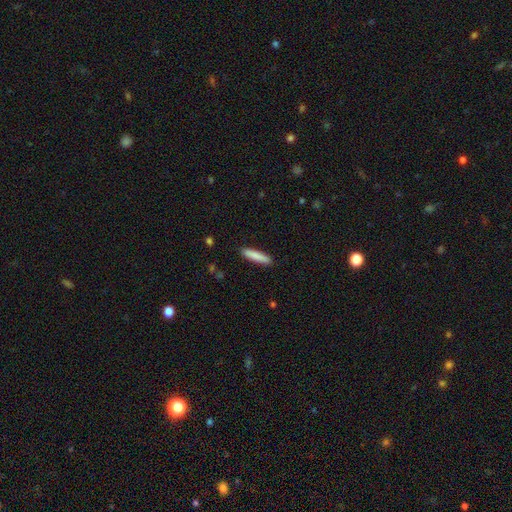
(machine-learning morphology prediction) type=smooth (85%); roundness=cigar-shaped (88%); merging=none (90%).